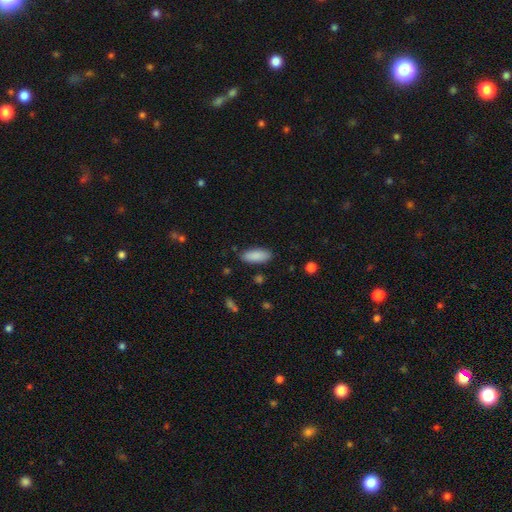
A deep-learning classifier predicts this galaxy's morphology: smooth 89%, star or artifact 6%, featured or disk 5%. Down the decision tree: how rounded — in between (80%); merging — none (86%).